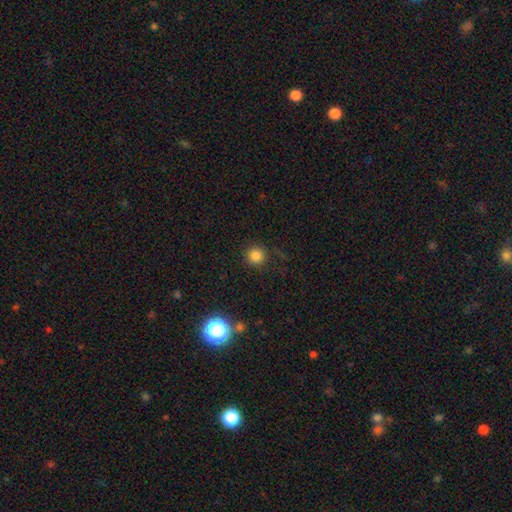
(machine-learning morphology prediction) Smooth or featured: smooth — 81% (star or artifact — 14%)
How rounded: round — 94% (in between — 5%)
Merging: none — 88% (minor disturbance — 8%)